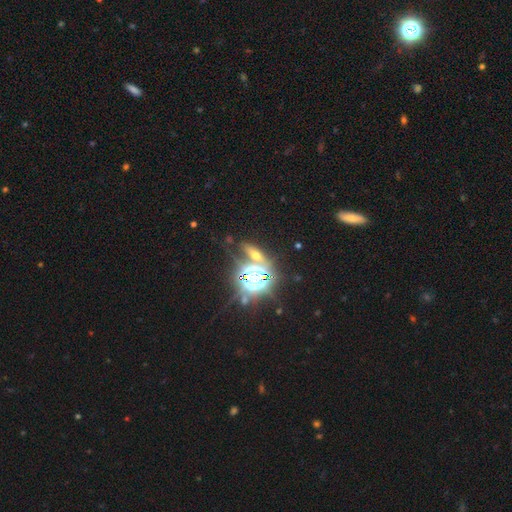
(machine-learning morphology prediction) Overall: star or artifact (49%; smooth 31%).